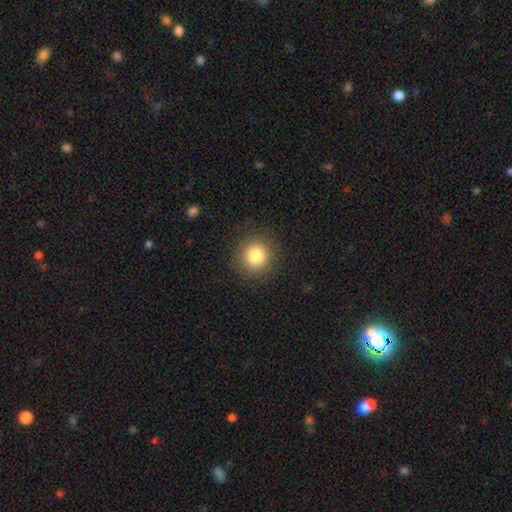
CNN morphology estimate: The model was most divided on "smooth or featured": smooth: 82%, star or artifact: 11%, featured or disk: 7%. More confident: how rounded — round (94%); merging — none (90%).